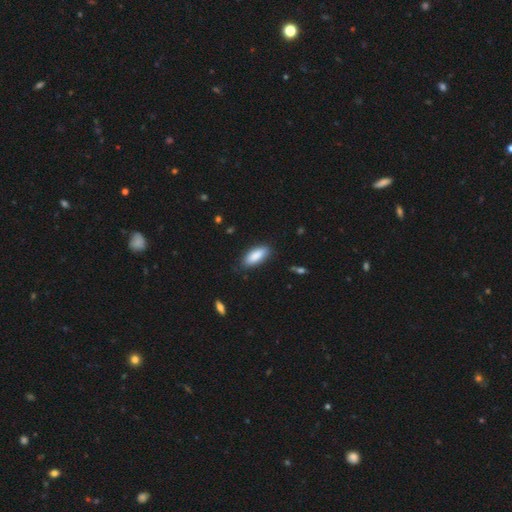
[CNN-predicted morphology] Smooth or featured?
  - smooth: 88% *
  - featured or disk: 6%
  - star or artifact: 6%
How rounded?
  - in between: 79% *
  - cigar-shaped: 19%
  - round: 2%
Merging?
  - none: 84% *
  - minor disturbance: 12%
  - major disturbance: 2%
  - merger: 1%